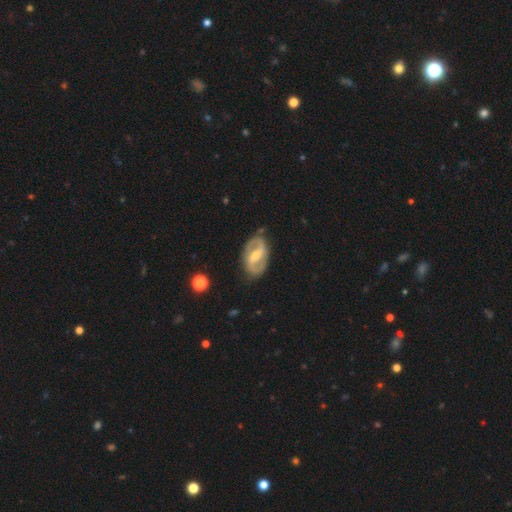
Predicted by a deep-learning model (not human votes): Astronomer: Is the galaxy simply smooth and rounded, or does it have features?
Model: featured or disk — 85%.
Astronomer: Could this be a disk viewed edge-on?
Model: no — 97%.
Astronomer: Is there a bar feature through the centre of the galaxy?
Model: strong — 49% (runner-up: weak, 37%).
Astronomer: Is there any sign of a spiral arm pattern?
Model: yes — 90%.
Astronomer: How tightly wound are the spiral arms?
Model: medium — 50% (runner-up: loose, 29%).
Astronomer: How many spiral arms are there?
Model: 2 — 91%.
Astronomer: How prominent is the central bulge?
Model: moderate — 47% (runner-up: small, 46%).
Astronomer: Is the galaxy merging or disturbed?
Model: none — 82%.